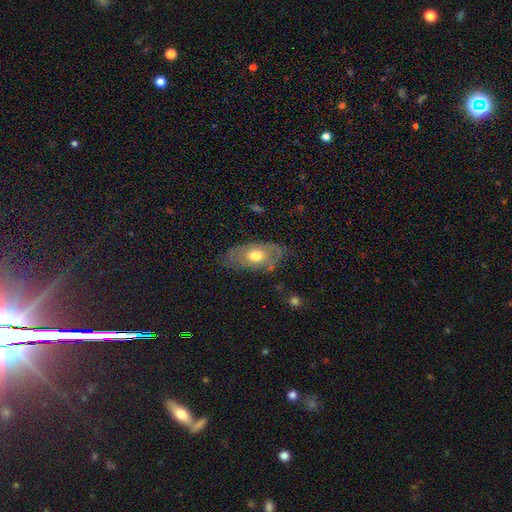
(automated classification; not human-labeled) This is possibly a featured or disk galaxy (47%). Merging: likely none (66%).